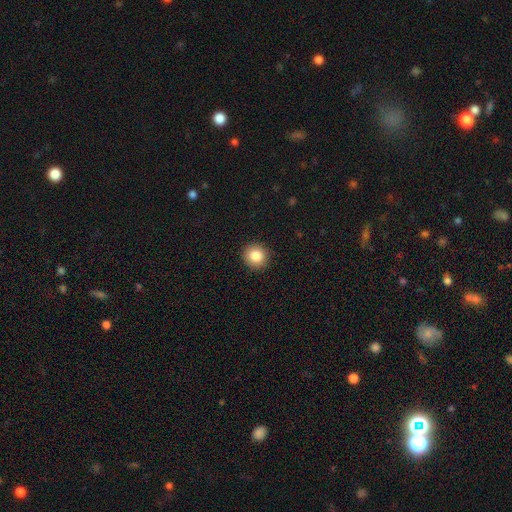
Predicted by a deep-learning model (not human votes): smooth 84%, star or artifact 10%, featured or disk 6%. Down the decision tree: how rounded — round (92%); merging — none (93%).